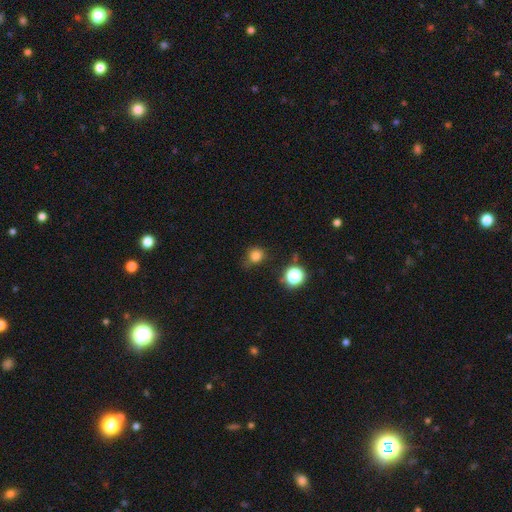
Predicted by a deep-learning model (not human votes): Smooth or featured? smooth (79%)
How rounded? round (78%)
Merging? none (64%)